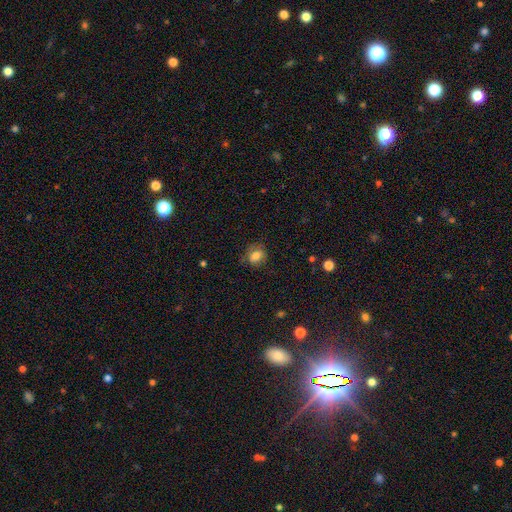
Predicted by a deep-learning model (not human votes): Smooth or featured? Predicted: smooth (p=0.73). How rounded? Predicted: round (p=0.58). Merging? Predicted: none (p=0.68).